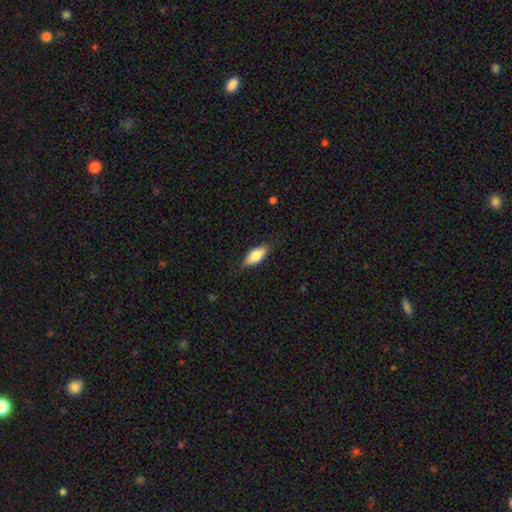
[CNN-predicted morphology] A smooth galaxy with no disk features (71%) that is in between round and cigar-shaped (80%).

Vote fractions:
- Smooth or featured? smooth: 71% / featured or disk: 23% / star or artifact: 6%
- How rounded? in between: 80% / cigar-shaped: 18% / round: 3%
- Merging? none: 83% / minor disturbance: 14% / major disturbance: 3% / merger: 1%